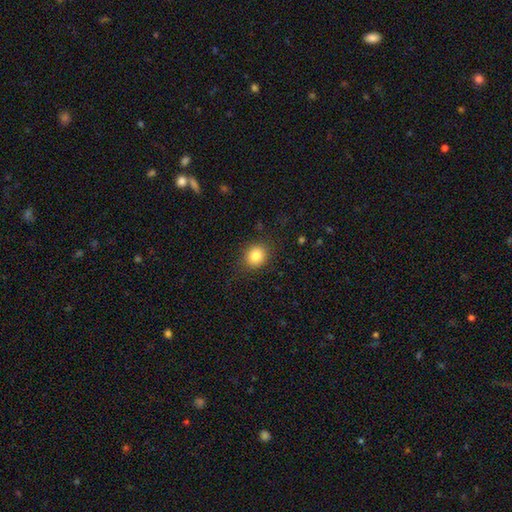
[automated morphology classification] Smooth or featured?
  - smooth: 84% *
  - star or artifact: 10%
  - featured or disk: 6%
How rounded?
  - round: 79% *
  - in between: 20%
  - cigar-shaped: 1%
Merging?
  - none: 86% *
  - minor disturbance: 10%
  - major disturbance: 3%
  - merger: 1%